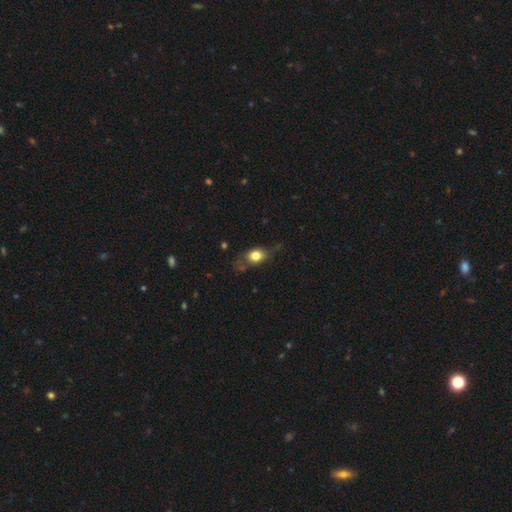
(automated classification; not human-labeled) Smooth or featured? Predicted: smooth (p=0.71). How rounded? Predicted: in between (p=0.53). Merging? Predicted: none (p=0.55).